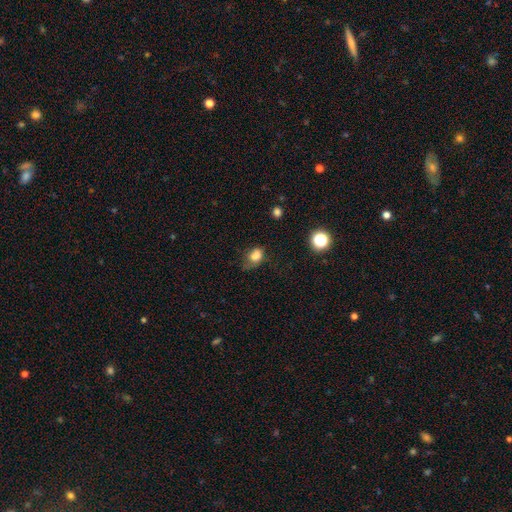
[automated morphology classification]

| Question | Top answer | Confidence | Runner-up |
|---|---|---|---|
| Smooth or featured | smooth | 78% | star or artifact (12%) |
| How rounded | in between | 68% | round (30%) |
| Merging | minor disturbance | 35% | tied: none (35%) |